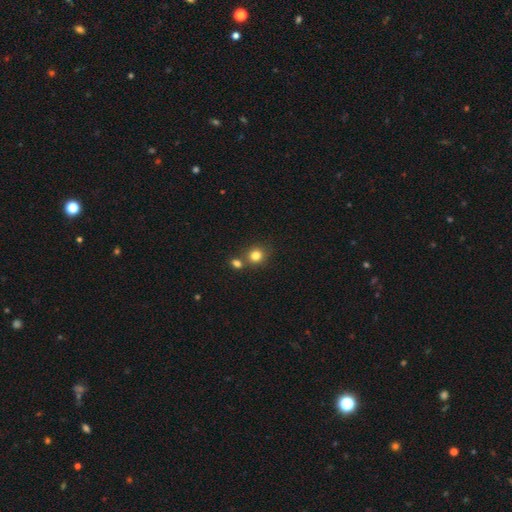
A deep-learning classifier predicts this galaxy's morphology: Q: Smooth or featured?
A: smooth (81%); runner-up: star or artifact (12%)
Q: How rounded?
A: round (83%); runner-up: in between (16%)
Q: Merging?
A: none (62%); runner-up: merger (26%)